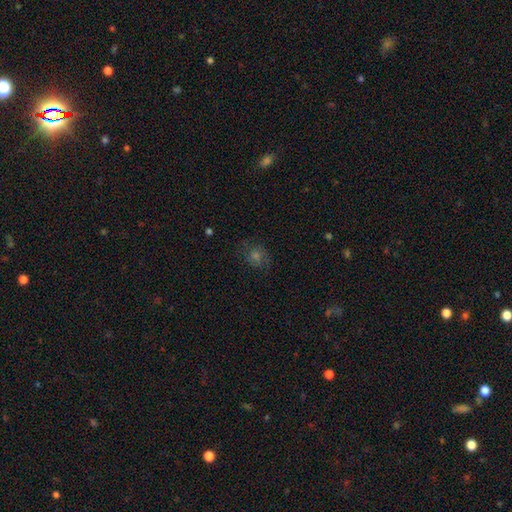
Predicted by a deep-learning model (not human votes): Morphology: type=smooth (40%); merging=none (77%).